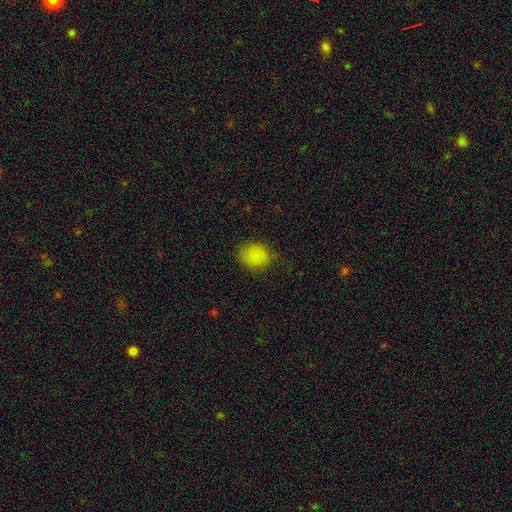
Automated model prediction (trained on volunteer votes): Smooth or featured? Predicted: smooth (p=0.84). How rounded? Predicted: round (p=0.67). Merging? Predicted: none (p=0.73).